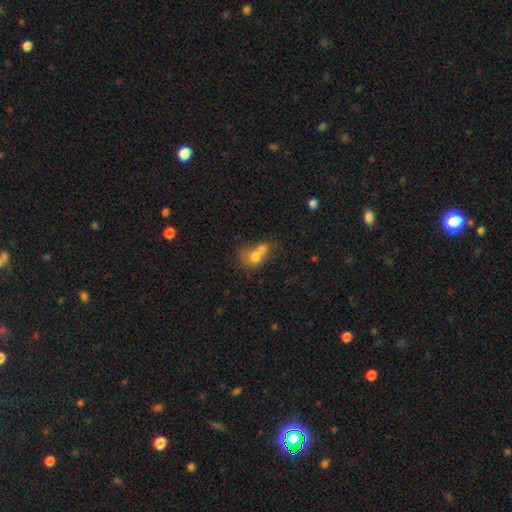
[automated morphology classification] Q: Smooth or featured?
A: smooth (66%); runner-up: featured or disk (22%)
Q: How rounded?
A: round (56%); runner-up: in between (43%)
Q: Merging?
A: merger (68%); runner-up: none (19%)